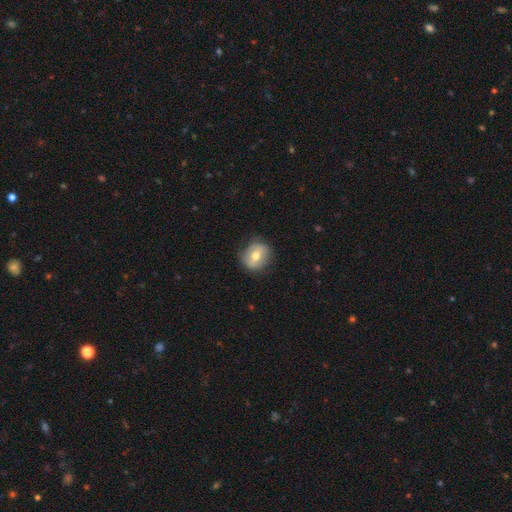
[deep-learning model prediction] This is possibly a smooth galaxy (54%). How rounded: likely round (77%). Merging: likely none (79%).